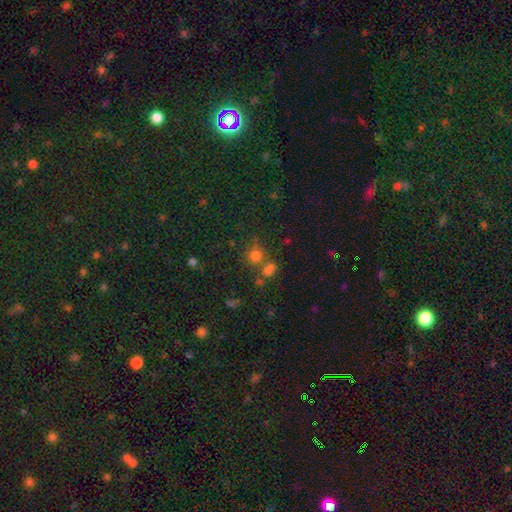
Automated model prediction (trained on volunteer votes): A smooth galaxy with no disk features (71%) that is round (84%). Merging: none (59%).